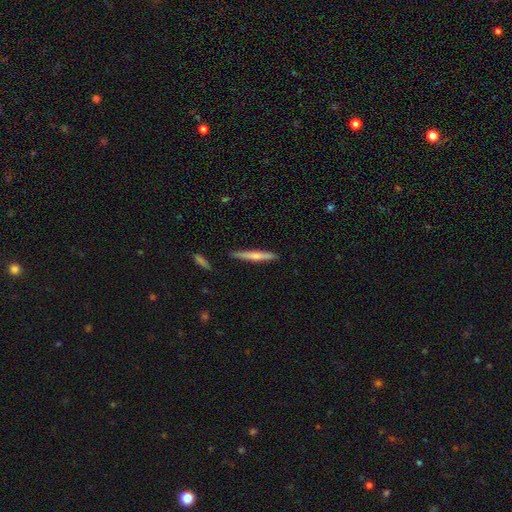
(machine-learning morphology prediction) Q: Smooth or featured?
A: smooth (55%); runner-up: featured or disk (40%)
Q: How rounded?
A: cigar-shaped (95%); runner-up: in between (4%)
Q: Merging?
A: none (87%); runner-up: minor disturbance (10%)